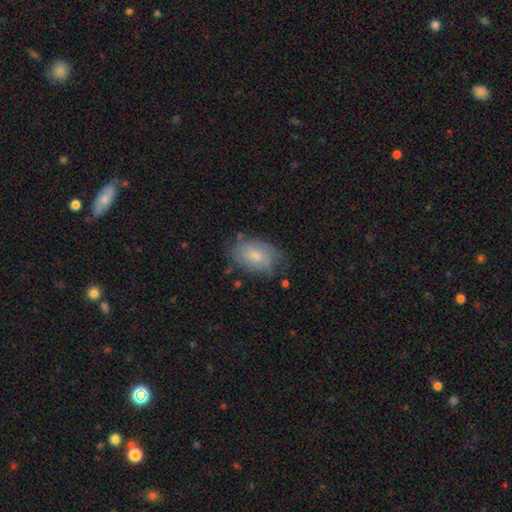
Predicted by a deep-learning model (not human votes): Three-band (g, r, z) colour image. It shows a smooth galaxy with no disk features (57%) that is in between round and cigar-shaped (90%). Merging: none (64%).